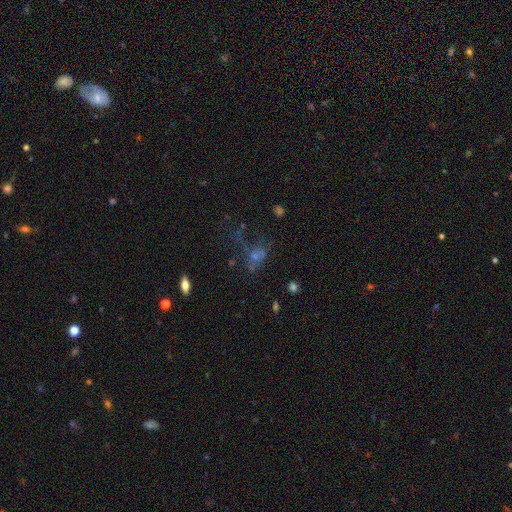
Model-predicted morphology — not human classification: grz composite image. It shows a smooth galaxy with no disk features (37%). Merging: none (41%).